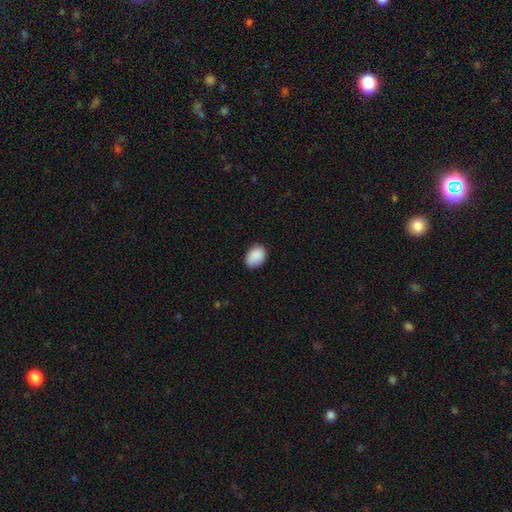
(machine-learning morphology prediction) smooth-or-featured: smooth: 89% | star or artifact: 7% | featured or disk: 4%
  how-rounded: in between: 76% | round: 23% | cigar-shaped: 1%
  merging: none: 77% | minor disturbance: 19% | major disturbance: 3% | merger: 1%